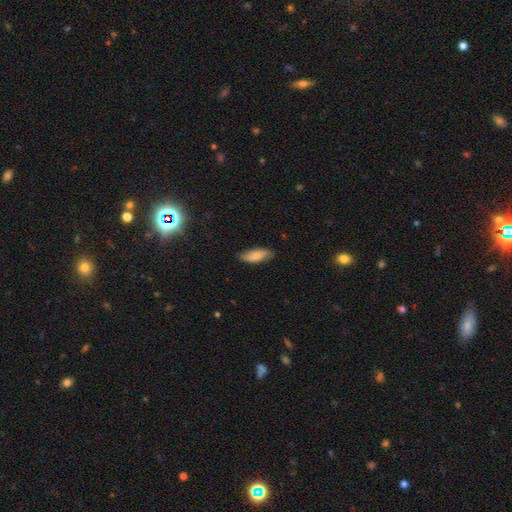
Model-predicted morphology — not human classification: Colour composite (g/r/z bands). It shows a smooth galaxy with no disk features (77%) that is in between round and cigar-shaped (68%). Merging: none (79%).